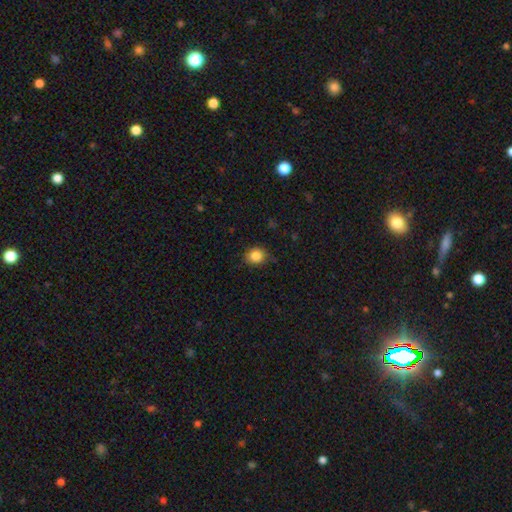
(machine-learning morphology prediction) This appears to be a smooth galaxy with no disk features (85%) that is round (72%). Merging: none (77%).